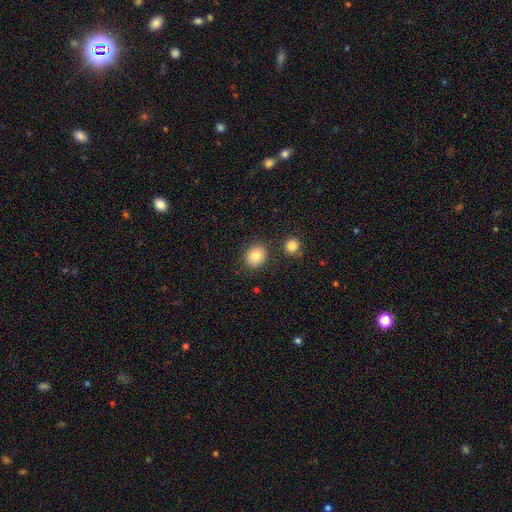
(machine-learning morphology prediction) Smooth or featured?
  - smooth: 82% *
  - star or artifact: 10%
  - featured or disk: 8%
How rounded?
  - round: 72% *
  - in between: 27%
  - cigar-shaped: 1%
Merging?
  - none: 84% *
  - minor disturbance: 8%
  - merger: 5%
  - major disturbance: 3%